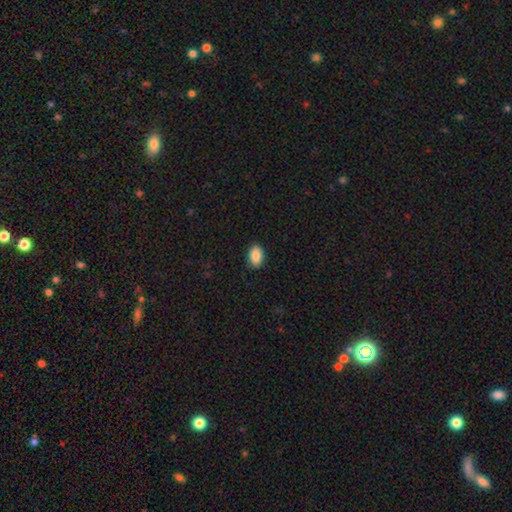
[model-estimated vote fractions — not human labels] Smooth or featured?
  - smooth: 87% *
  - star or artifact: 7%
  - featured or disk: 6%
How rounded?
  - in between: 89% *
  - round: 9%
  - cigar-shaped: 1%
Merging?
  - none: 88% *
  - minor disturbance: 9%
  - major disturbance: 2%
  - merger: 1%